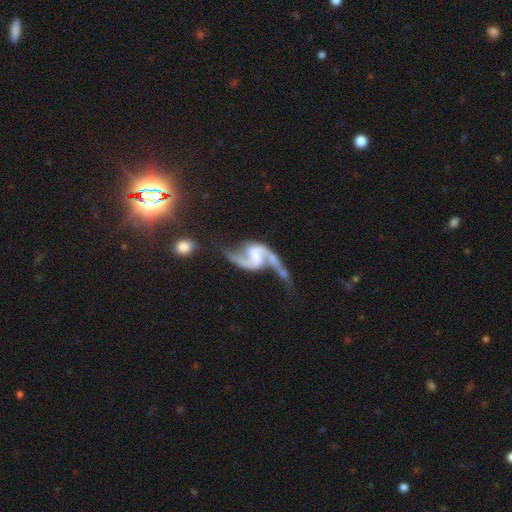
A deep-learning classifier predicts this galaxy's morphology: type=featured or disk (91%); edge-on=no (98%); bar=weak (43%); spiral arms=yes (97%); winding=loose (75%); arm count=2 (93%); bulge=none (52%); merging=none (45%).